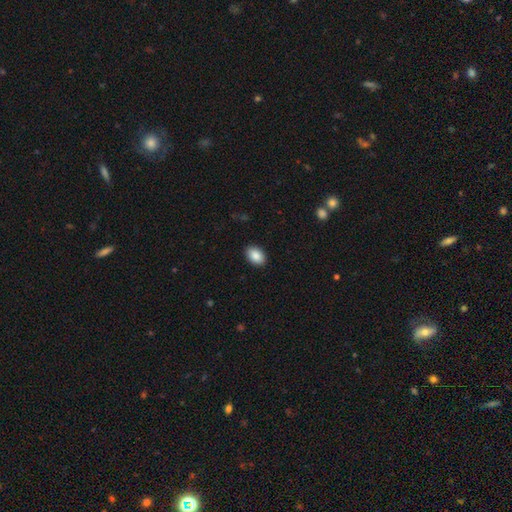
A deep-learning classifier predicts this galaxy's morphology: A smooth galaxy with no disk features (89%) that is in between round and cigar-shaped (87%).

Vote fractions:
- Smooth or featured? smooth: 89% / star or artifact: 7% / featured or disk: 4%
- How rounded? in between: 87% / round: 12% / cigar-shaped: 1%
- Merging? none: 90% / minor disturbance: 7% / major disturbance: 2% / merger: 1%